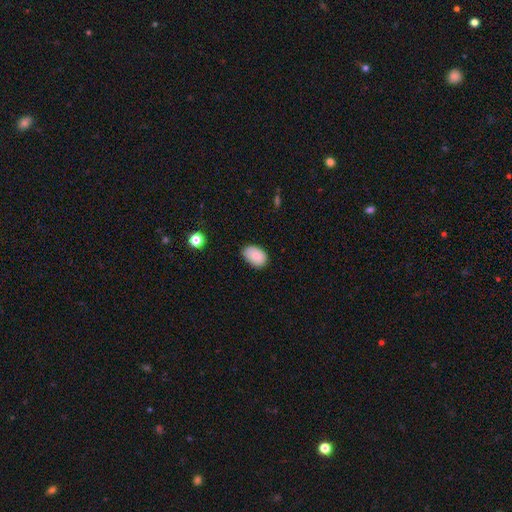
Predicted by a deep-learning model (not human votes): Smooth or featured? smooth (84%)
How rounded? in between (86%)
Merging? none (74%)